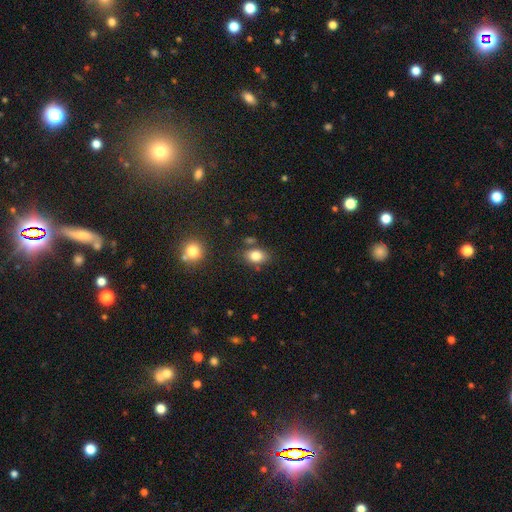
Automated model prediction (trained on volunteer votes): The model was most divided on "how rounded": in between: 78%, round: 21%, cigar-shaped: 1%. More confident: smooth or featured — smooth (82%); merging — none (75%).